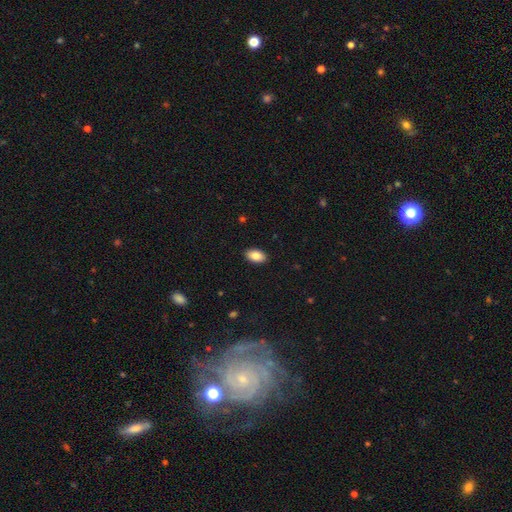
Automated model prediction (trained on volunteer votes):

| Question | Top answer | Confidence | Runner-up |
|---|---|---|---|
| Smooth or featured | smooth | 87% | star or artifact (7%) |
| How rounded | in between | 93% | round (5%) |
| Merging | none | 90% | minor disturbance (7%) |